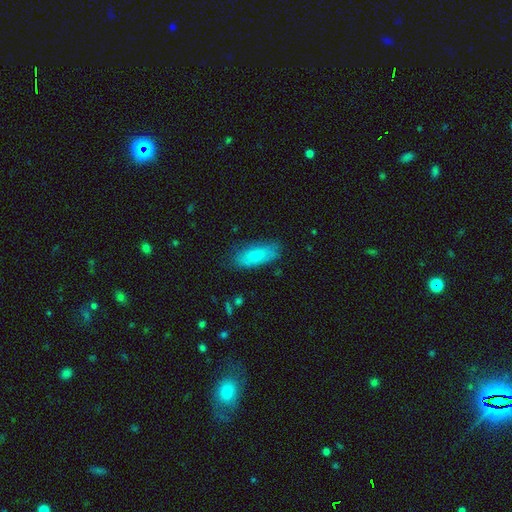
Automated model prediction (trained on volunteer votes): smooth_or_featured: smooth (p=0.74) [alt: featured or disk p=0.20]
how_rounded: in between (p=0.78) [alt: cigar-shaped p=0.19]
merging: none (p=0.73) [alt: minor disturbance p=0.20]